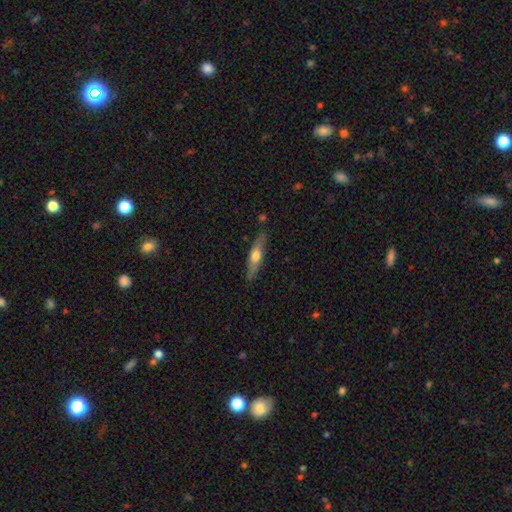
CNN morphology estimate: Smooth or featured? Predicted: featured or disk (p=0.50). Merging? Predicted: none (p=0.84).